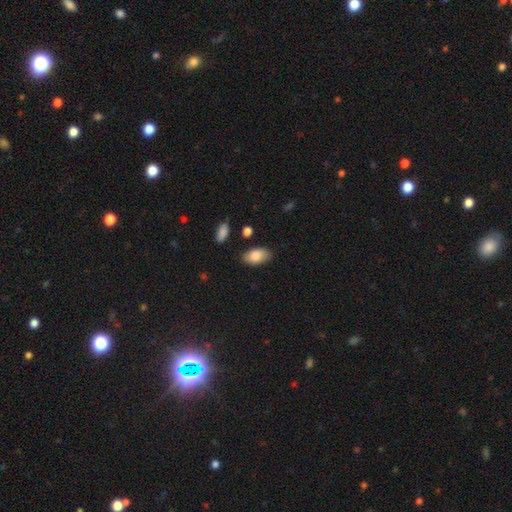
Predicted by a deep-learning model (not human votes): A smooth galaxy with no disk features (84%) that is in between round and cigar-shaped (94%).

Vote fractions:
- Smooth or featured? smooth: 84% / featured or disk: 10% / star or artifact: 6%
- How rounded? in between: 94% / round: 4% / cigar-shaped: 2%
- Merging? none: 82% / minor disturbance: 13% / major disturbance: 3% / merger: 2%